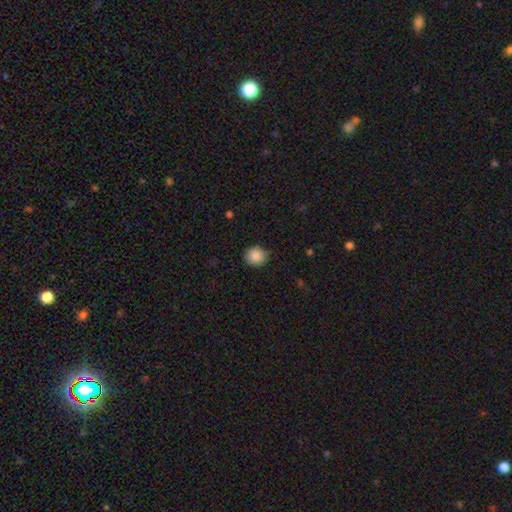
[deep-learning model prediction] smooth_or_featured: smooth (p=0.88) [alt: star or artifact p=0.09]
how_rounded: round (p=0.81) [alt: in between p=0.18]
merging: none (p=0.84) [alt: minor disturbance p=0.12]